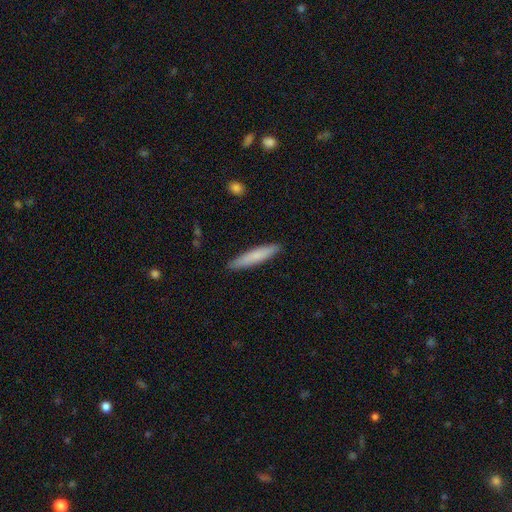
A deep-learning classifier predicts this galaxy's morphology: smooth-or-featured: smooth: 76% | featured or disk: 18% | star or artifact: 6%
  how-rounded: cigar-shaped: 91% | in between: 8% | round: 1%
  merging: none: 90% | minor disturbance: 7% | major disturbance: 1% | merger: 1%